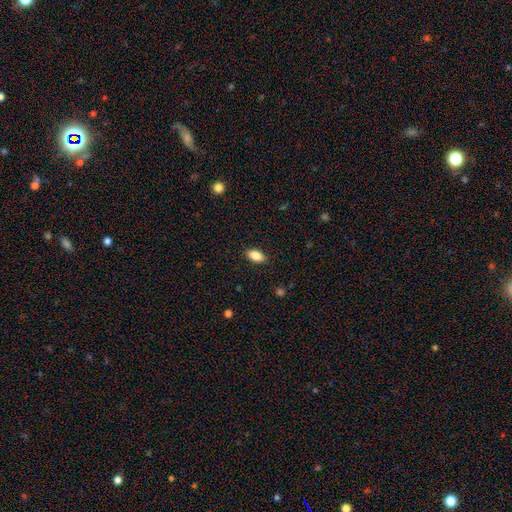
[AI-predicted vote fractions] A smooth galaxy with no disk features (86%) that is in between round and cigar-shaped (90%).

Vote fractions:
- Smooth or featured? smooth: 86% / star or artifact: 8% / featured or disk: 7%
- How rounded? in between: 90% / cigar-shaped: 6% / round: 4%
- Merging? none: 88% / minor disturbance: 9% / major disturbance: 2% / merger: 1%